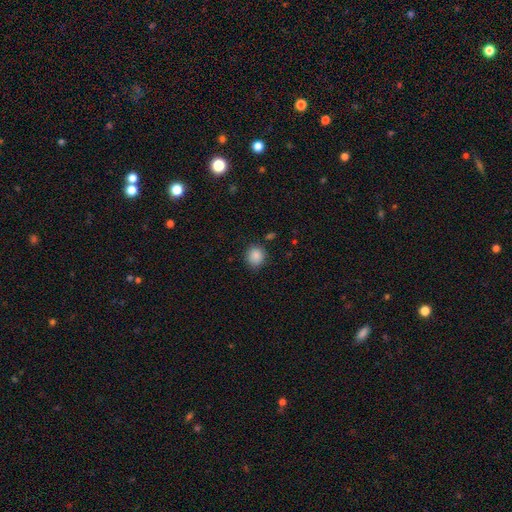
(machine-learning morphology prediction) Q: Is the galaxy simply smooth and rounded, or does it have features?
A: smooth — 87%.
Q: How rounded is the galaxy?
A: round — 82%.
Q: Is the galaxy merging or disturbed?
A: none — 84%.